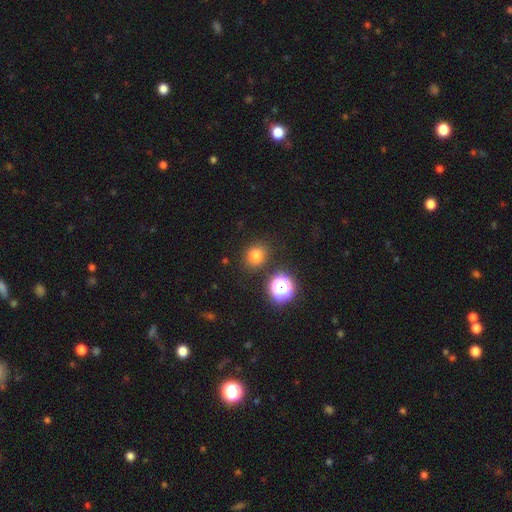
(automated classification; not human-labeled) smooth-or-featured: smooth: 77% | star or artifact: 17% | featured or disk: 6%
  how-rounded: round: 78% | in between: 21% | cigar-shaped: 1%
  merging: none: 84% | minor disturbance: 9% | merger: 3% | major disturbance: 3%